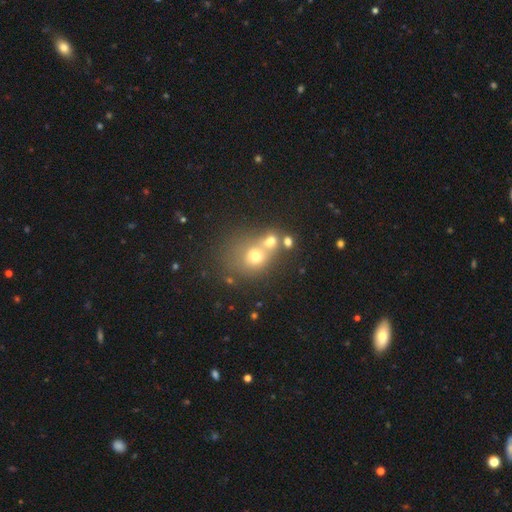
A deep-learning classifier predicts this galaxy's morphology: A smooth galaxy with no disk features (64%) that is round (70%). Merging: merger (47%).